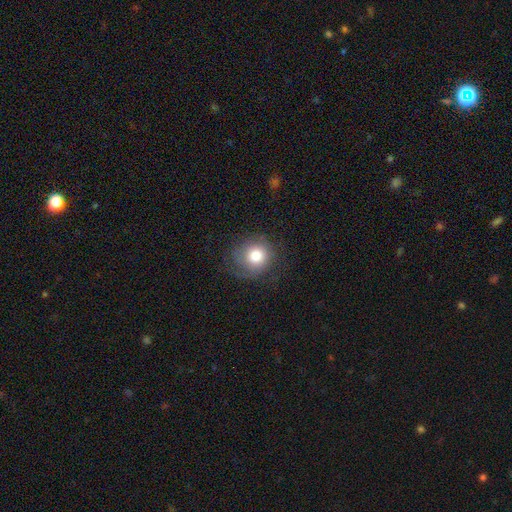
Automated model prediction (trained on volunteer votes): A smooth galaxy with no disk features (76%) that is round (87%).

Vote fractions:
- Smooth or featured? smooth: 76% / featured or disk: 14% / star or artifact: 10%
- How rounded? round: 87% / in between: 12% / cigar-shaped: 1%
- Merging? none: 70% / minor disturbance: 18% / major disturbance: 10% / merger: 1%